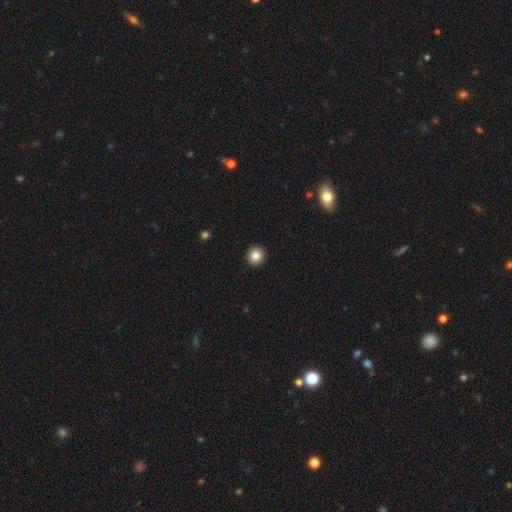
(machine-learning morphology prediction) Overall: smooth (85%). How rounded: round (92%). Merging: none (93%).